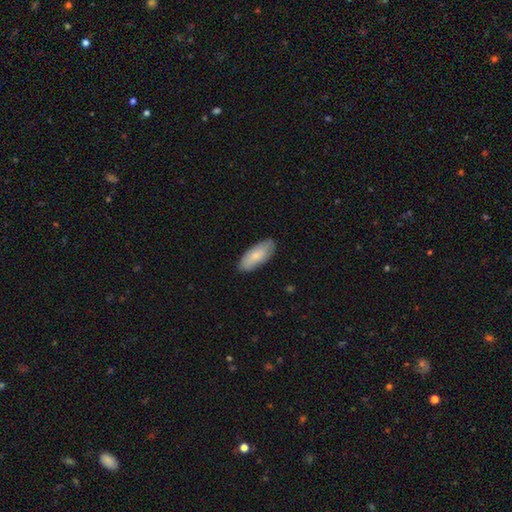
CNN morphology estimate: smooth_or_featured: smooth (p=0.78) [alt: featured or disk p=0.17]
how_rounded: in between (p=0.83) [alt: cigar-shaped p=0.15]
merging: none (p=0.84) [alt: minor disturbance p=0.13]